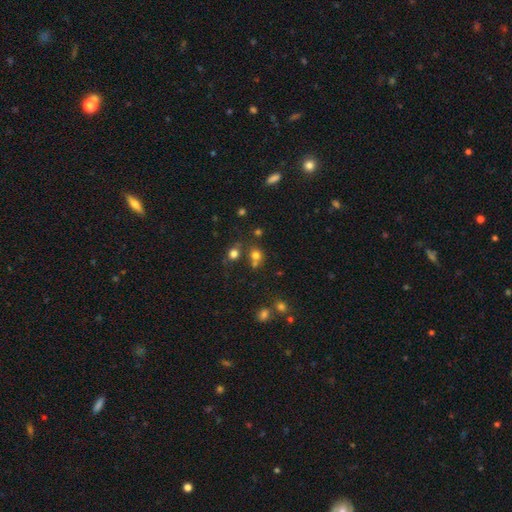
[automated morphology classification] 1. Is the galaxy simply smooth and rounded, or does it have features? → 71% smooth, 20% star or artifact, 9% featured or disk.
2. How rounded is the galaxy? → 76% round, 22% in between, 1% cigar-shaped.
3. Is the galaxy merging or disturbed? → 55% none, 30% merger, 10% minor disturbance, 5% major disturbance.